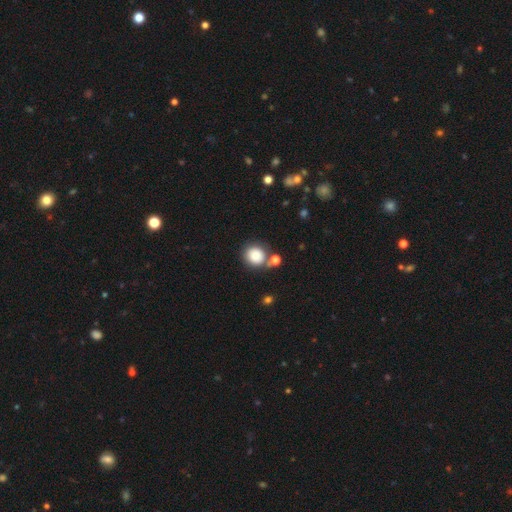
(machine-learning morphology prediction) This is clearly a smooth galaxy (85%). How rounded: clearly round (86%). Merging: likely none (65%).